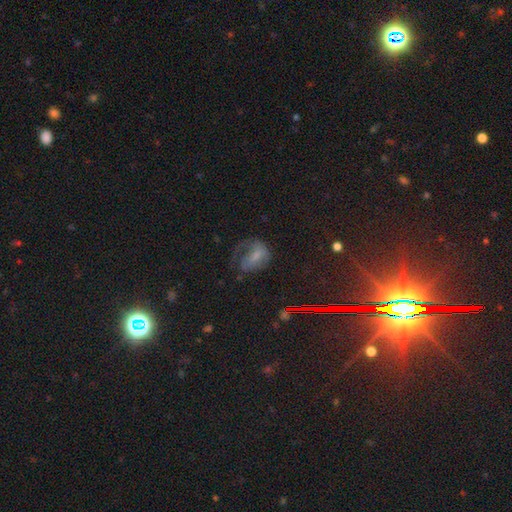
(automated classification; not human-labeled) A featured or disk galaxy (45%). Merging: major disturbance (42%).